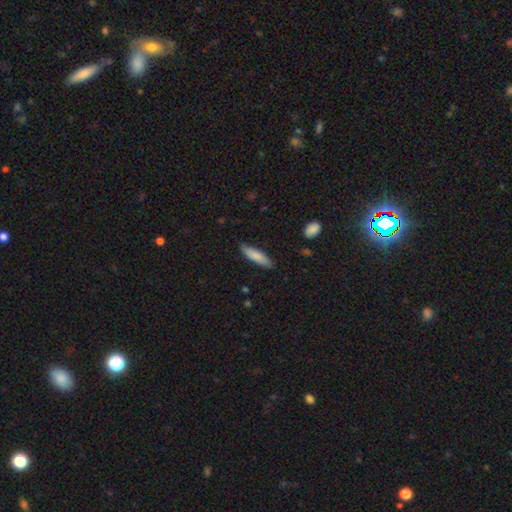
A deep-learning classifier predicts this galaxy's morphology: A smooth galaxy with no disk features (82%) that is cigar-shaped (70%). Merging: none (86%).